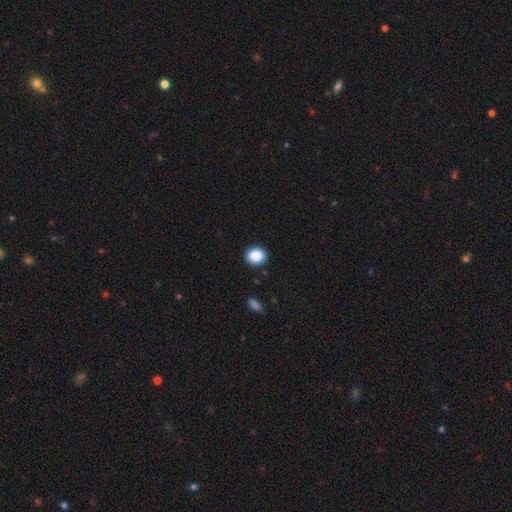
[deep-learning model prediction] Q: Smooth or featured?
A: smooth (88%); runner-up: star or artifact (8%)
Q: How rounded?
A: round (71%); runner-up: in between (28%)
Q: Merging?
A: none (91%); runner-up: minor disturbance (6%)